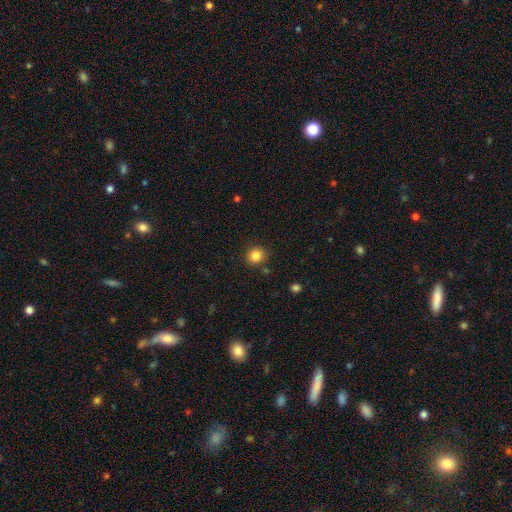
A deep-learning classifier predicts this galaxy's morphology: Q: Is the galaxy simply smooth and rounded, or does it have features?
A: smooth — 85%.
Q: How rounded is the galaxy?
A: round — 84%.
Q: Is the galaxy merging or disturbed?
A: none — 85%.